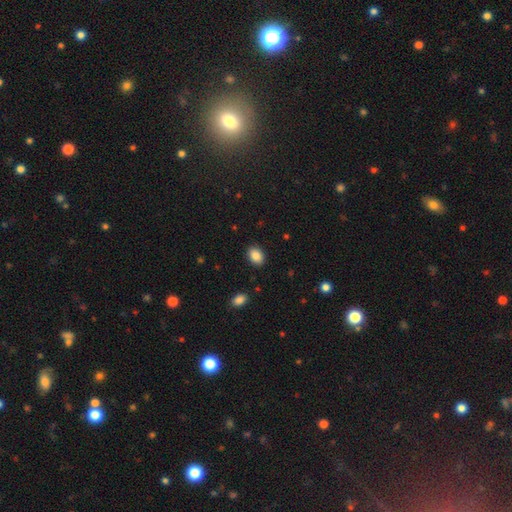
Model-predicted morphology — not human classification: Smooth or featured: smooth — 87% (star or artifact — 8%)
How rounded: in between — 75% (round — 24%)
Merging: none — 89% (minor disturbance — 8%)